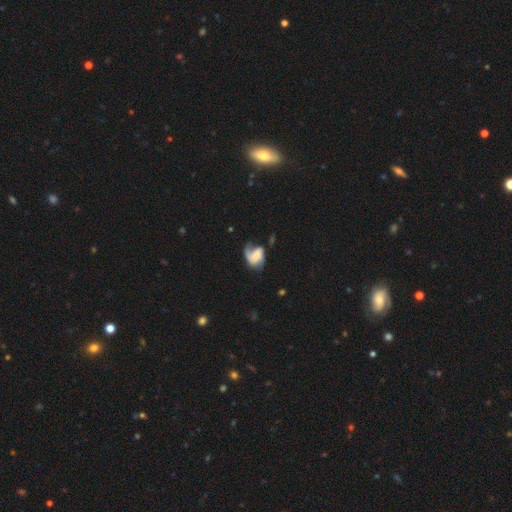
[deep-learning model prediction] This appears to be a featured or disk galaxy (58%) with no bar (62%), spiral arms (85%) and a moderate central bulge (26%). Merging: major disturbance (35%).